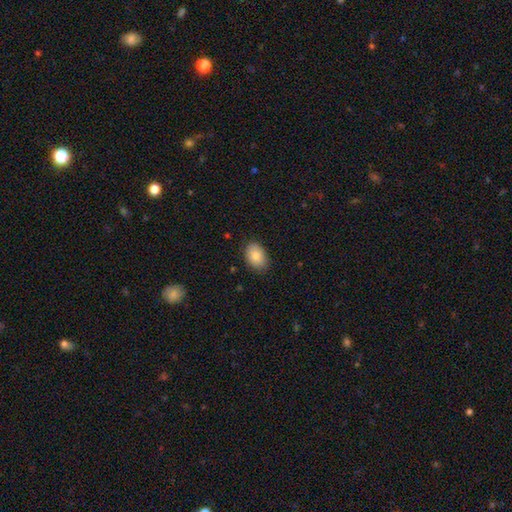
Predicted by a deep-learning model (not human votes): smooth 87%, star or artifact 7%, featured or disk 7%. Down the decision tree: how rounded — in between (84%); merging — none (84%).